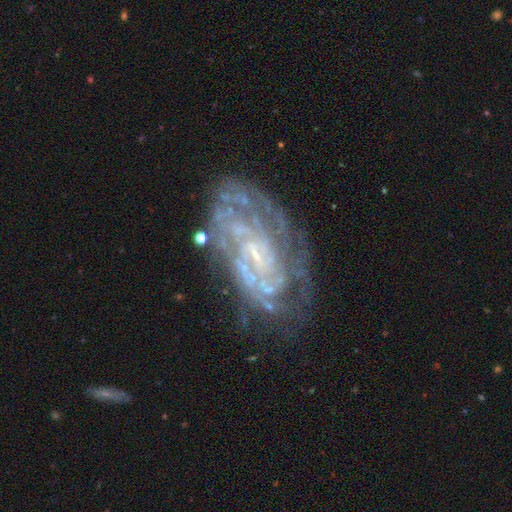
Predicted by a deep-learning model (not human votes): Smooth or featured? featured or disk (83%)
Edge-on disk? no (96%)
Bar? no (57%)
Spiral arms? yes (86%)
Spiral winding? tight (67%)
Spiral arm count? can't tell (47%)
Bulge size? small (57%)
Merging? none (62%)